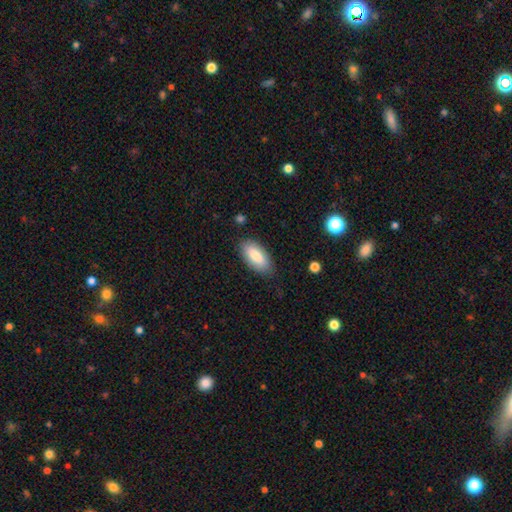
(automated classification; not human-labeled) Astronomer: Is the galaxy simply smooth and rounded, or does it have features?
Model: smooth — 84%.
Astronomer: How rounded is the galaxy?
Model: in between — 88%.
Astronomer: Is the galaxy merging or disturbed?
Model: none — 82%.